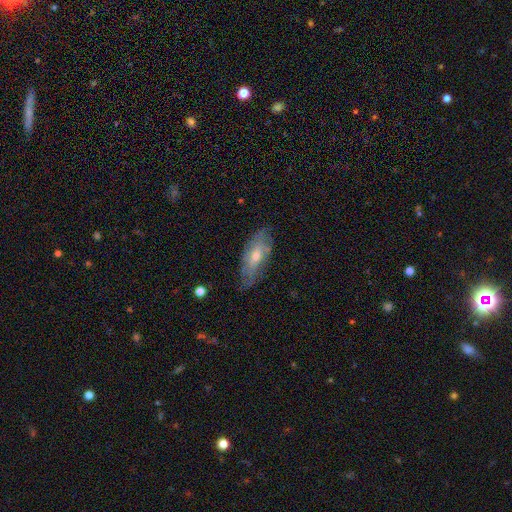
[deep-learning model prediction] featured or disk 52%, smooth 41%, star or artifact 7%. Down the decision tree: edge-on disk — no (77%); merging — none (68%).